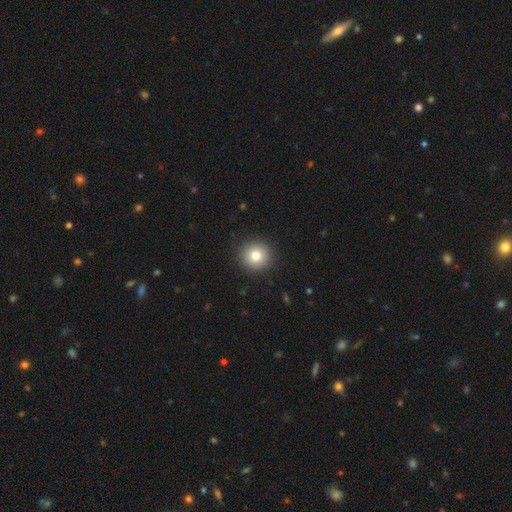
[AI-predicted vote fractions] Smooth or featured? smooth (81%)
How rounded? round (94%)
Merging? none (91%)